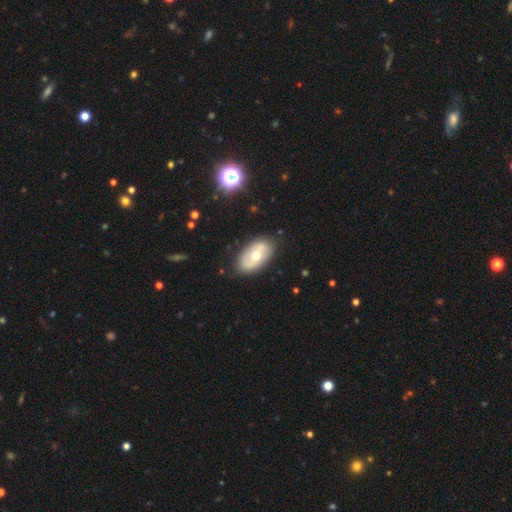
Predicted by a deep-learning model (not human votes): smooth-or-featured: featured or disk: 47% (tied) | smooth: 47% (tied) | star or artifact: 6%
  merging: none: 82% | minor disturbance: 13% | major disturbance: 3% | merger: 2%